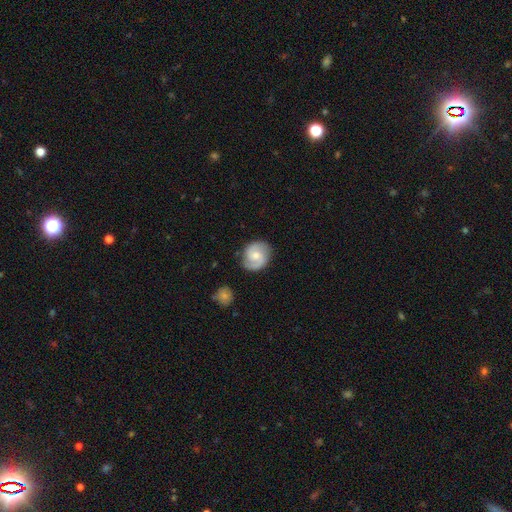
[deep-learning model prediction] Smooth or featured? Predicted: featured or disk (p=0.73). Edge-on disk? Predicted: no (p=0.98). Bar? Predicted: no (p=0.51). Spiral arms? Predicted: yes (p=0.95). Spiral winding? Predicted: medium (p=0.51). Spiral arm count? Predicted: 2 (p=0.89). Bulge size? Predicted: moderate (p=0.55). Merging? Predicted: none (p=0.82).